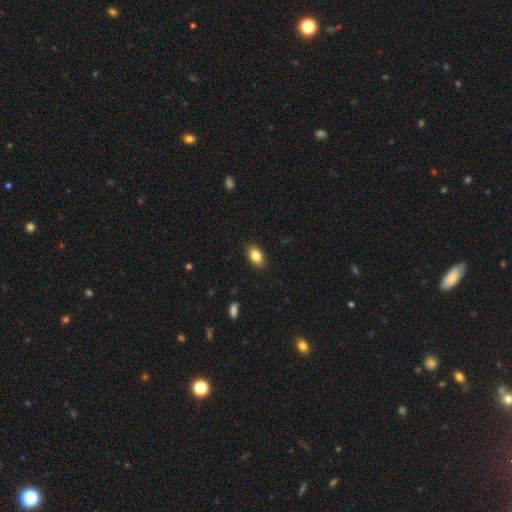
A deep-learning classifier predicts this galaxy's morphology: Smooth or featured?
  - smooth: 83% *
  - featured or disk: 9%
  - star or artifact: 8%
How rounded?
  - in between: 89% *
  - round: 9%
  - cigar-shaped: 2%
Merging?
  - none: 88% *
  - minor disturbance: 9%
  - major disturbance: 2%
  - merger: 1%